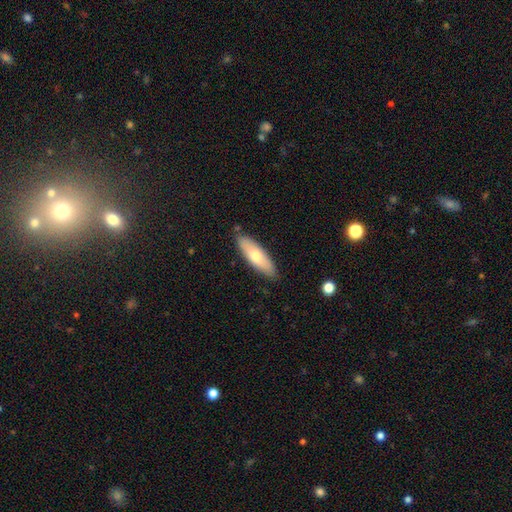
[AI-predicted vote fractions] Smooth or featured? smooth (67%)
How rounded? in between (52%)
Merging? none (84%)